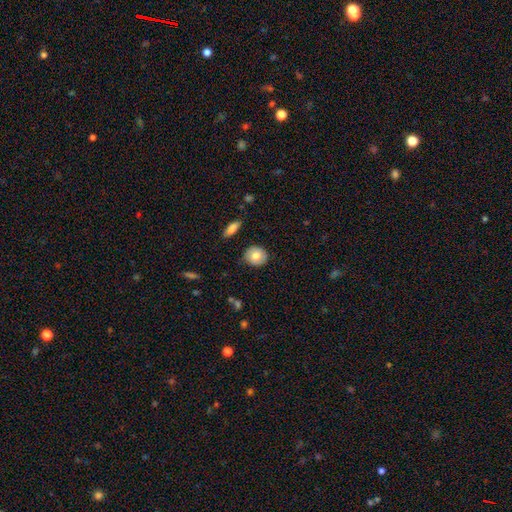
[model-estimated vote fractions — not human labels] This appears to be a smooth galaxy with no disk features (76%) that is round (79%). Merging: none (84%).